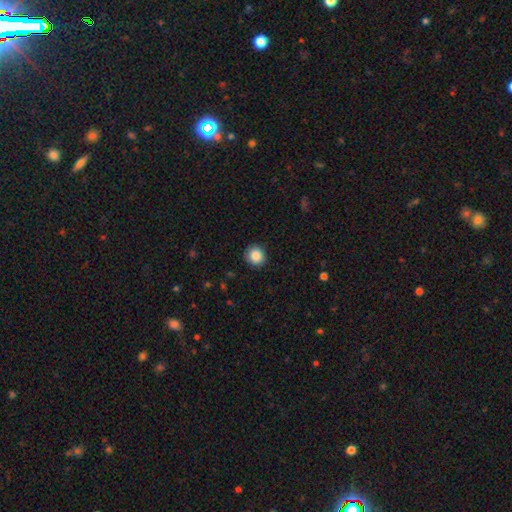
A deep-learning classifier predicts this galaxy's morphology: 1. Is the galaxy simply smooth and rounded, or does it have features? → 88% smooth, 8% star or artifact, 4% featured or disk.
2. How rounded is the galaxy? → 90% round, 10% in between, 1% cigar-shaped.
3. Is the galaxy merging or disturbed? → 88% none, 8% minor disturbance, 2% major disturbance, 1% merger.